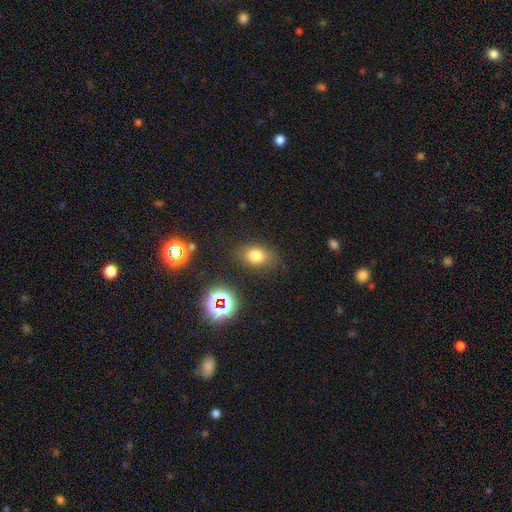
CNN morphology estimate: This is likely a smooth galaxy (75%). How rounded: likely in between (72%). Merging: likely none (79%).